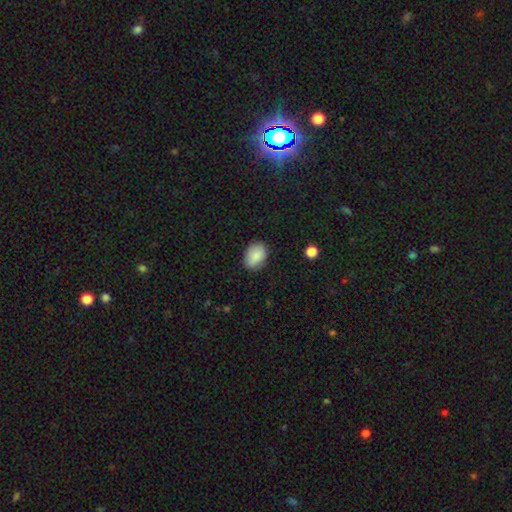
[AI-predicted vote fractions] This appears to be a smooth galaxy with no disk features (87%) that is in between round and cigar-shaped (77%). Merging: none (84%).